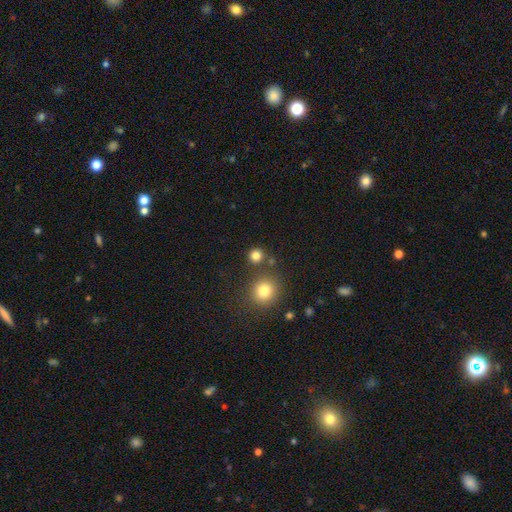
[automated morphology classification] smooth 80%, star or artifact 15%, featured or disk 5%. Down the decision tree: how rounded — round (91%); merging — none (80%).